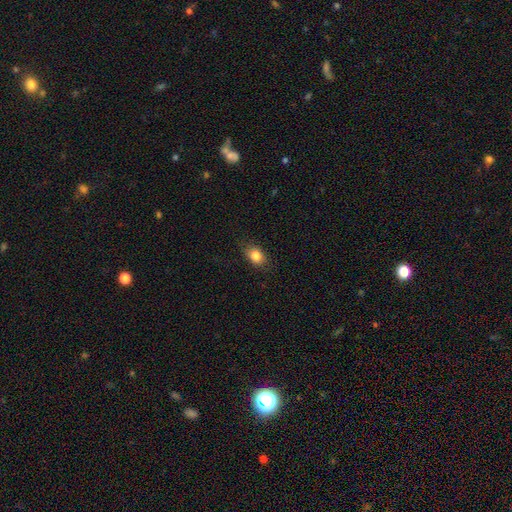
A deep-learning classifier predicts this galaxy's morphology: smooth_or_featured: smooth (p=0.84) [alt: star or artifact p=0.09]
how_rounded: in between (p=0.65) [alt: round p=0.33]
merging: none (p=0.81) [alt: minor disturbance p=0.14]